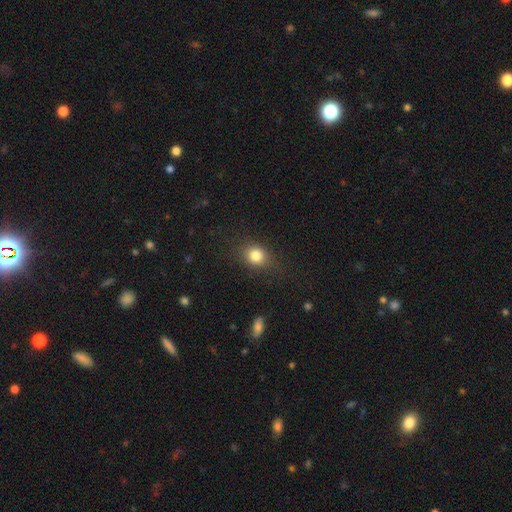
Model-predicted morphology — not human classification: Overall: smooth (81%). How rounded: round (62%; in between 37%). Merging: none (79%).